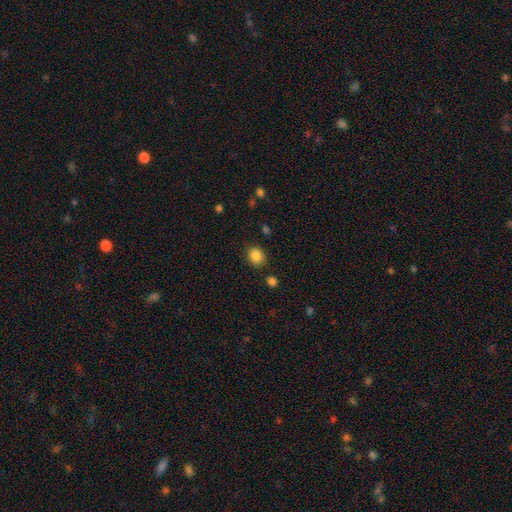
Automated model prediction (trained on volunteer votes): A smooth galaxy with no disk features (86%) that is round (66%). Merging: none (83%).